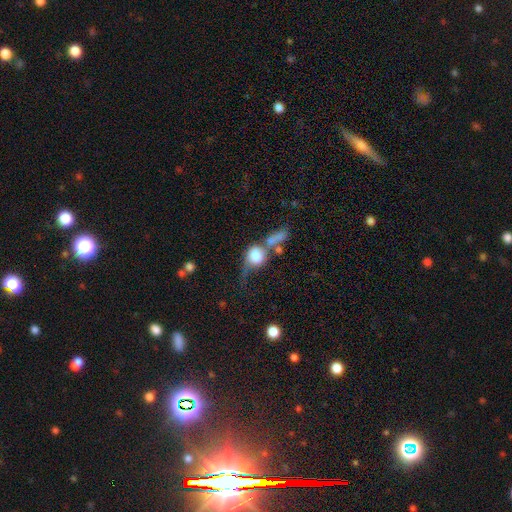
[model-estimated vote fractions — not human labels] Morphology: type=smooth (67%); roundness=round (62%); merging=merger (39%).